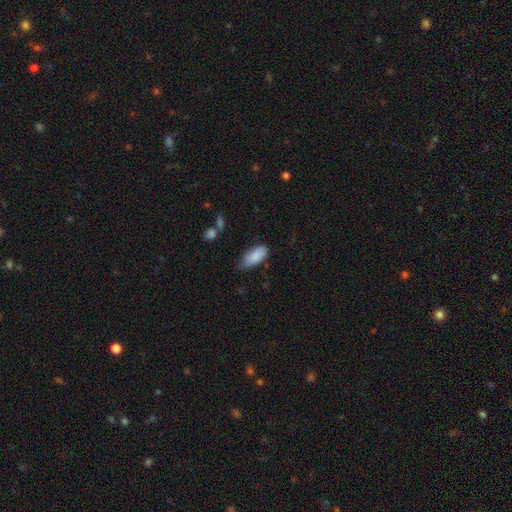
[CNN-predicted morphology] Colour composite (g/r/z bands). It shows a smooth galaxy with no disk features (86%) that is in between round and cigar-shaped (91%). Merging: none (62%).